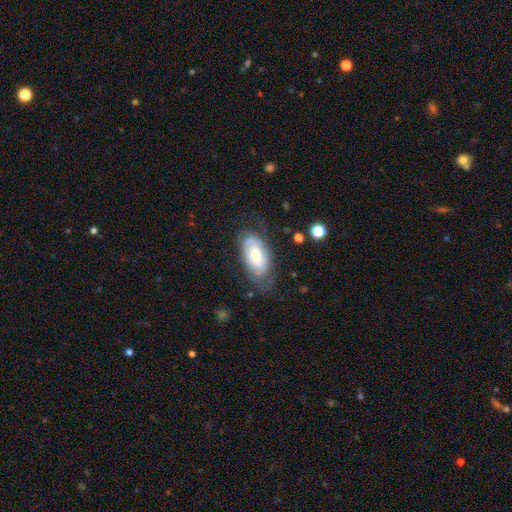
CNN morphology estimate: This appears to be a featured or disk galaxy (49%). Merging: none (59%).